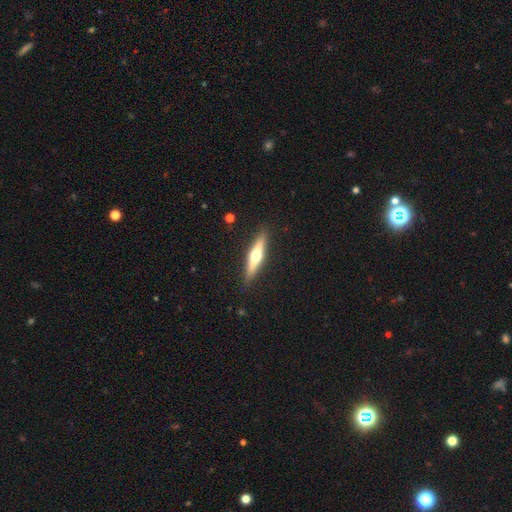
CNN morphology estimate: Smooth or featured: featured or disk — 61% (smooth — 34%)
Edge-on disk: yes — 96% (no — 4%)
Edge-on bulge: rounded — 94% (none — 3%)
Merging: none — 90% (minor disturbance — 7%)